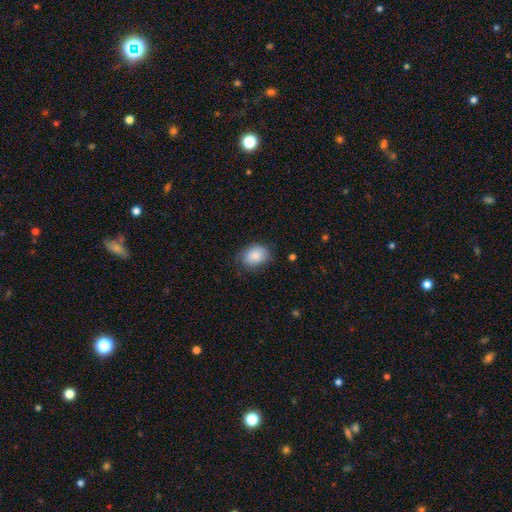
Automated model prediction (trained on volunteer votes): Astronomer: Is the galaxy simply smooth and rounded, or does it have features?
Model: smooth — 85%.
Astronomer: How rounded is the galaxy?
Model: in between — 69%.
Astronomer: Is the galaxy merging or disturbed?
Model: none — 70%.